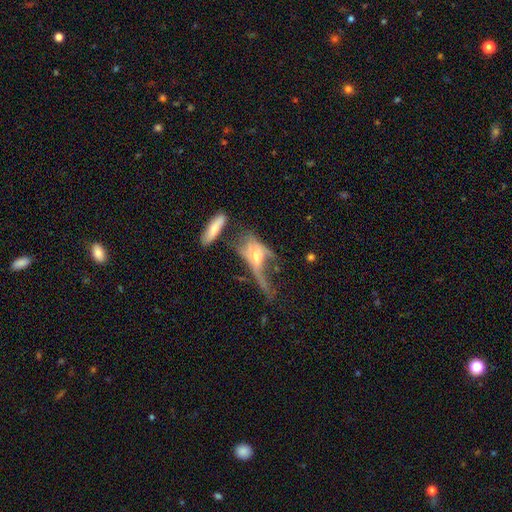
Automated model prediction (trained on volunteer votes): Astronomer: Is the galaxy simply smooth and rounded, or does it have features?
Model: featured or disk — 59%.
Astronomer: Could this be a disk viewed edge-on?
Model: no — 67%.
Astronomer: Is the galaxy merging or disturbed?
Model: major disturbance — 47% (runner-up: merger, 23%).